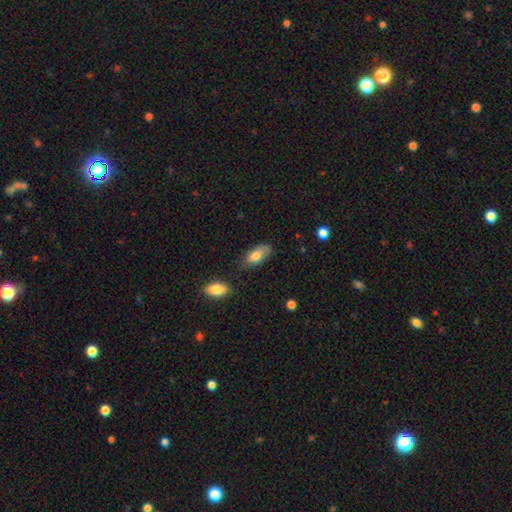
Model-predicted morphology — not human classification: Smooth or featured: smooth — 80% (featured or disk — 14%)
How rounded: in between — 91% (cigar-shaped — 6%)
Merging: none — 62% (minor disturbance — 27%)